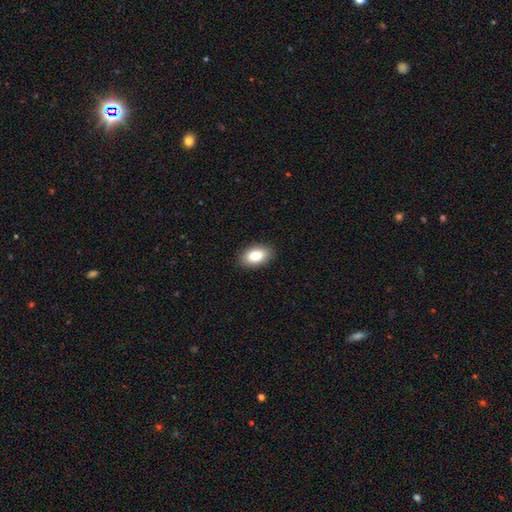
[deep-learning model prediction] smooth-or-featured: smooth: 84% | featured or disk: 8% | star or artifact: 7%
  how-rounded: in between: 92% | round: 6% | cigar-shaped: 2%
  merging: none: 89% | minor disturbance: 8% | major disturbance: 2% | merger: 1%